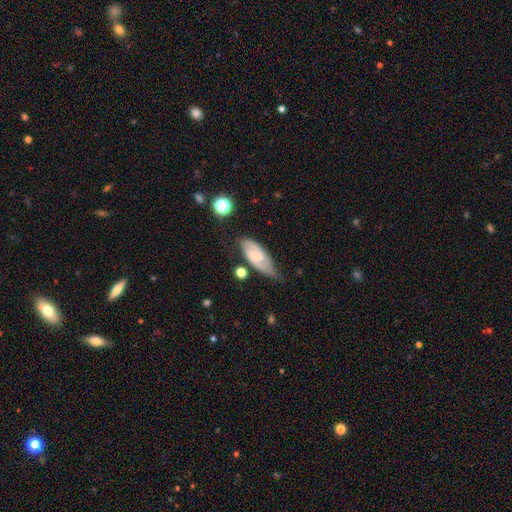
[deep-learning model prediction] A featured or disk galaxy (60%) with no bar (49%), spiral arms (89%) and a small central bulge (62%). Merging: none (56%).